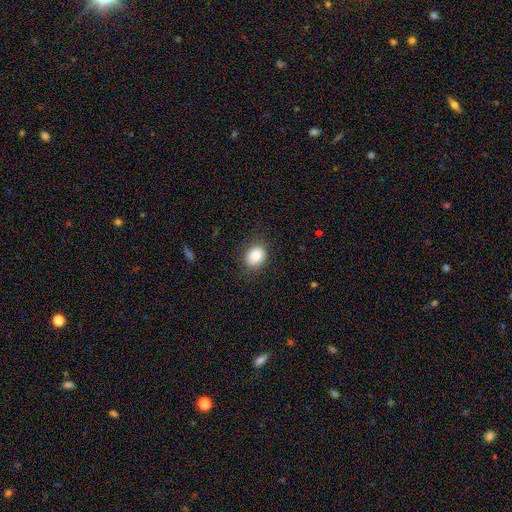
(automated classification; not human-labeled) Smooth or featured: smooth — 87% (star or artifact — 8%)
How rounded: in between — 52% (round — 47%)
Merging: none — 84% (minor disturbance — 12%)